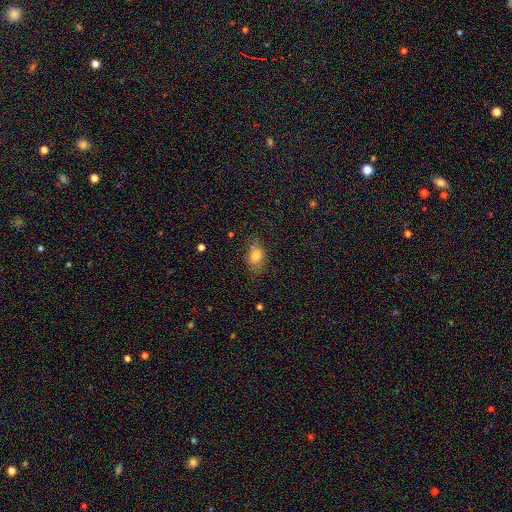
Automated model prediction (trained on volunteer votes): This appears to be a smooth galaxy with no disk features (79%) that is in between round and cigar-shaped (61%). Merging: none (67%).